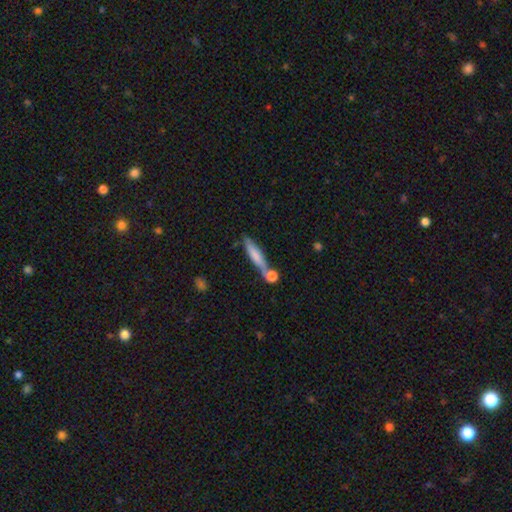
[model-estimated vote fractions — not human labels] smooth_or_featured: smooth (p=0.67) [alt: featured or disk p=0.27]
how_rounded: cigar-shaped (p=0.85) [alt: in between p=0.13]
merging: none (p=0.55) [alt: merger p=0.25]